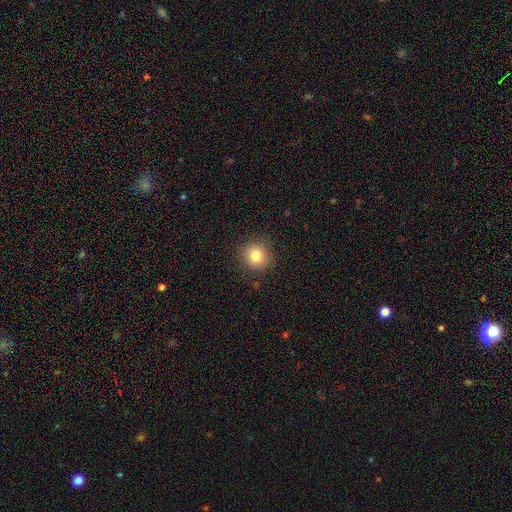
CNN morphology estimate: This is clearly a smooth galaxy (80%). How rounded: clearly round (91%). Merging: clearly none (89%).